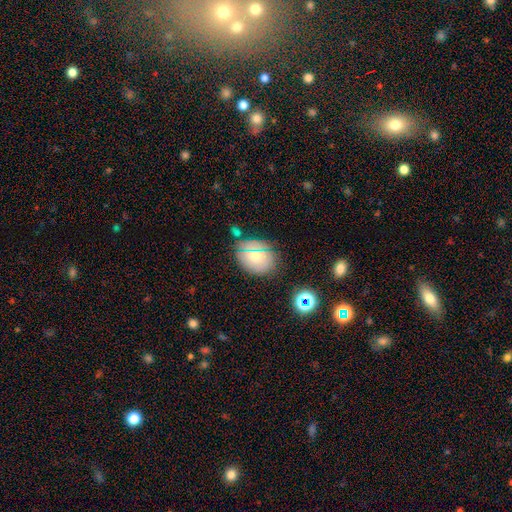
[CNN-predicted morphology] Smooth or featured? Predicted: smooth (p=0.60). How rounded? Predicted: in between (p=0.56). Merging? Predicted: none (p=0.71).